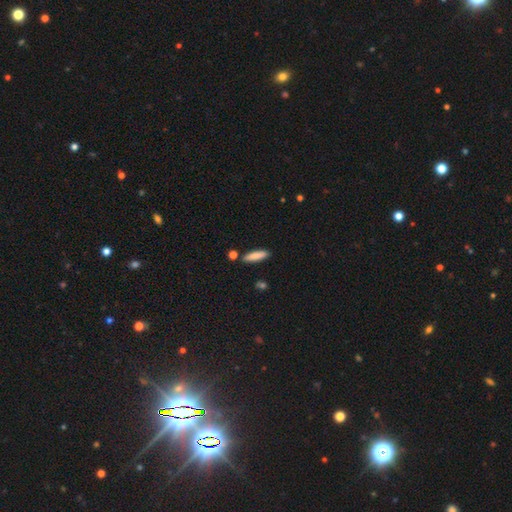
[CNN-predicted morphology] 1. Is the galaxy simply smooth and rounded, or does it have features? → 84% smooth, 9% featured or disk, 6% star or artifact.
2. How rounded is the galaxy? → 72% cigar-shaped, 26% in between, 2% round.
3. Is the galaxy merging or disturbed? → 85% none, 9% minor disturbance, 4% merger, 2% major disturbance.